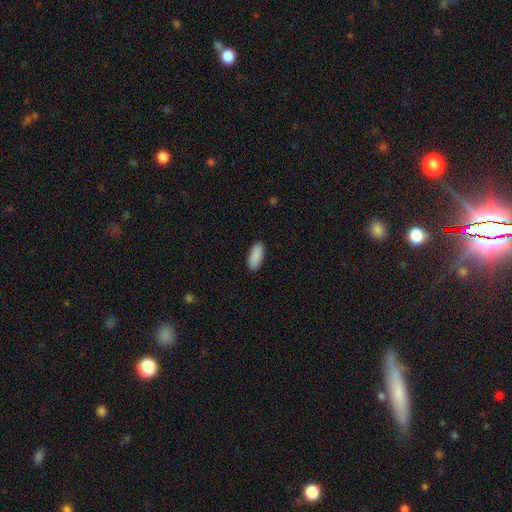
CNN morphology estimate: This appears to be a smooth galaxy with no disk features (91%) that is in between round and cigar-shaped (85%). Merging: none (90%).